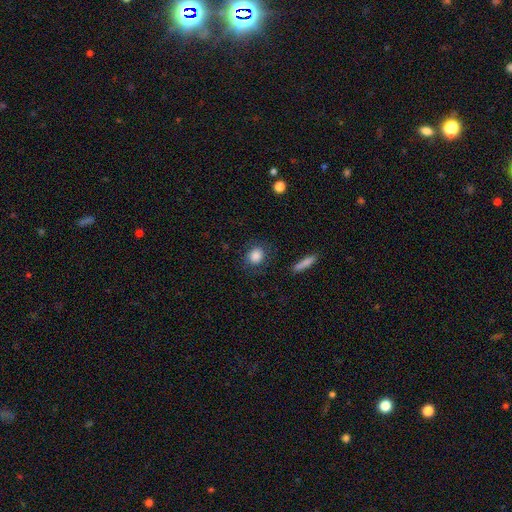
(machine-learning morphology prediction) smooth 86%, star or artifact 8%, featured or disk 6%. Down the decision tree: how rounded — round (70%); merging — none (81%).